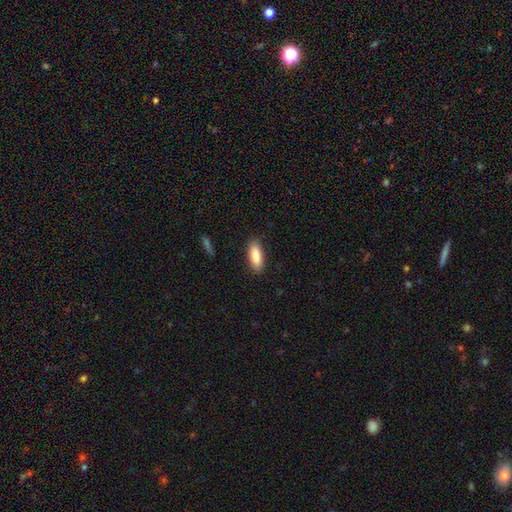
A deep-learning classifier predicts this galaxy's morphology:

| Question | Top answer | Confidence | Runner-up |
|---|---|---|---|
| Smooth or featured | smooth | 87% | featured or disk (7%) |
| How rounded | in between | 71% | cigar-shaped (28%) |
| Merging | none | 87% | minor disturbance (9%) |